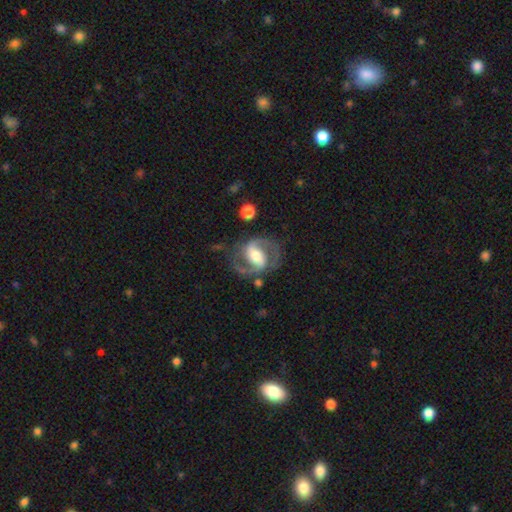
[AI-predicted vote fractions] The model was most divided on "bar": strong: 47%, weak: 36%, no: 16%. More confident: edge-on disk — no (97%); spiral arms — yes (96%); spiral arm count — 2 (92%); smooth or featured — featured or disk (89%); merging — none (73%); bulge size — moderate (61%); spiral winding — medium (61%).